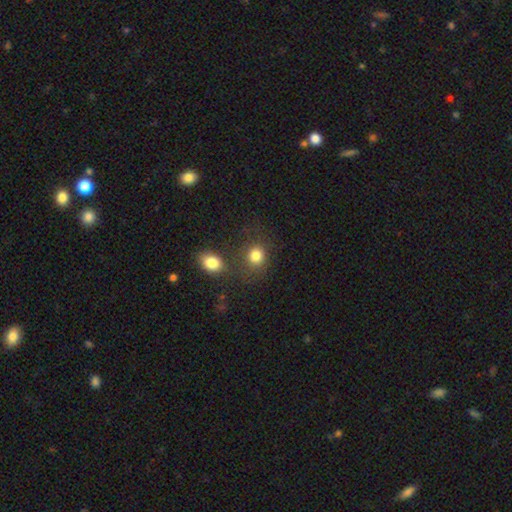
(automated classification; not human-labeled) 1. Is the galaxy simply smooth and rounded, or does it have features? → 82% smooth, 11% star or artifact, 7% featured or disk.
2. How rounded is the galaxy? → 72% round, 27% in between, 1% cigar-shaped.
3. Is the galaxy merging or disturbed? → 62% none, 19% merger, 12% minor disturbance, 7% major disturbance.